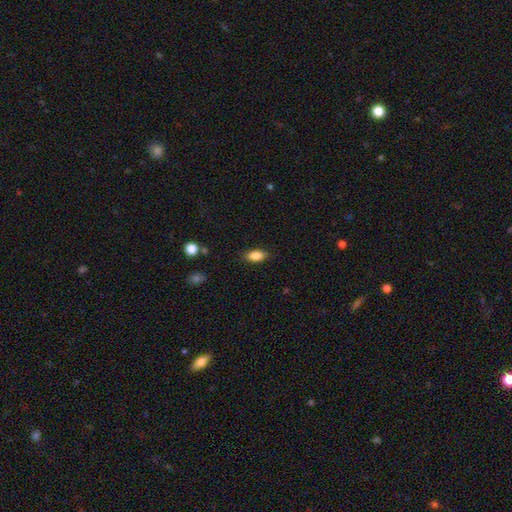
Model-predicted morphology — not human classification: A smooth galaxy with no disk features (85%) that is in between round and cigar-shaped (87%). Merging: none (85%).